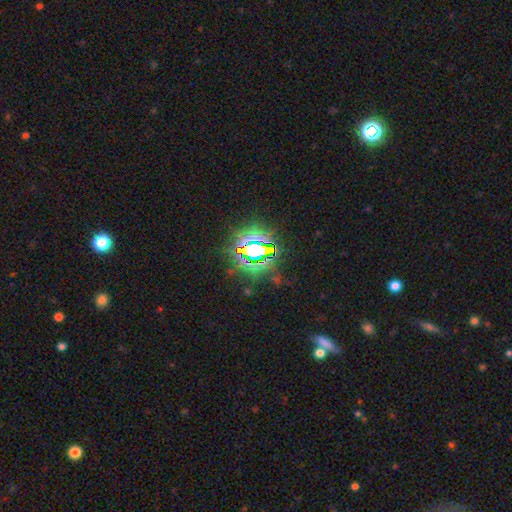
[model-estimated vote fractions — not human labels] A star or artifact, not a galaxy (83%).